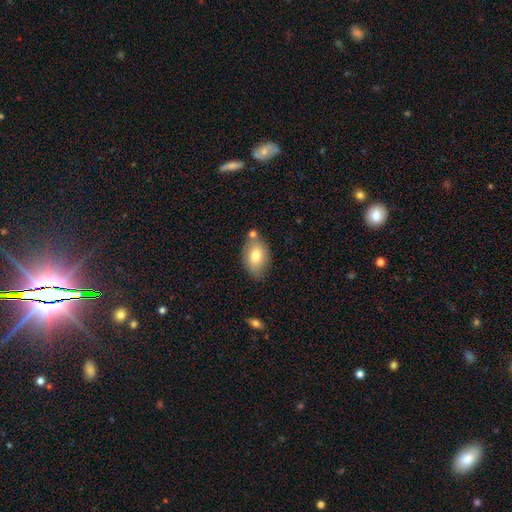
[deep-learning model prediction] Morphology: type=smooth (75%); roundness=in between (86%); merging=none (67%).